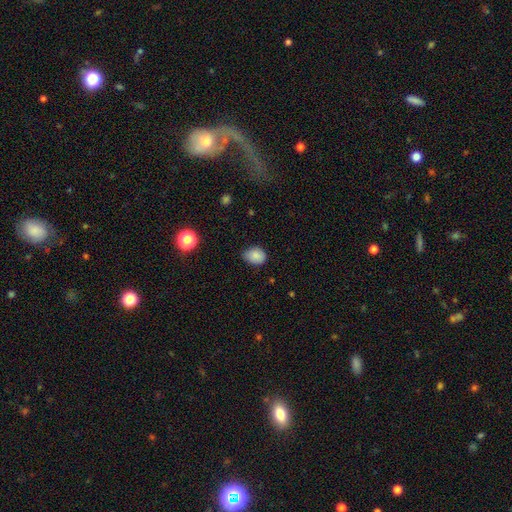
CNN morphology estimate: Q: Smooth or featured?
A: smooth (85%); runner-up: star or artifact (10%)
Q: How rounded?
A: in between (60%); runner-up: round (39%)
Q: Merging?
A: none (67%); runner-up: minor disturbance (27%)